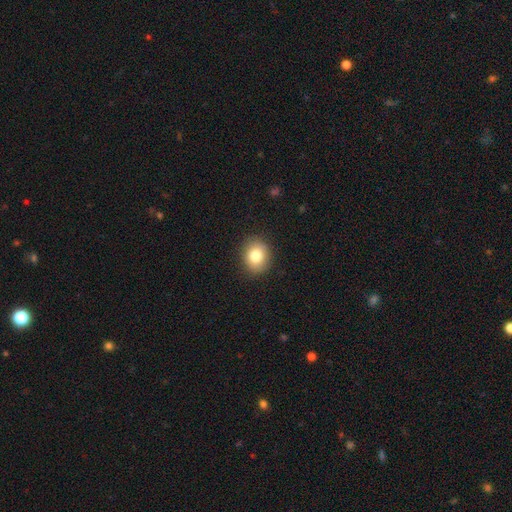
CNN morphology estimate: Q: Smooth or featured?
A: smooth (81%); runner-up: star or artifact (10%)
Q: How rounded?
A: round (64%); runner-up: in between (35%)
Q: Merging?
A: none (88%); runner-up: minor disturbance (8%)